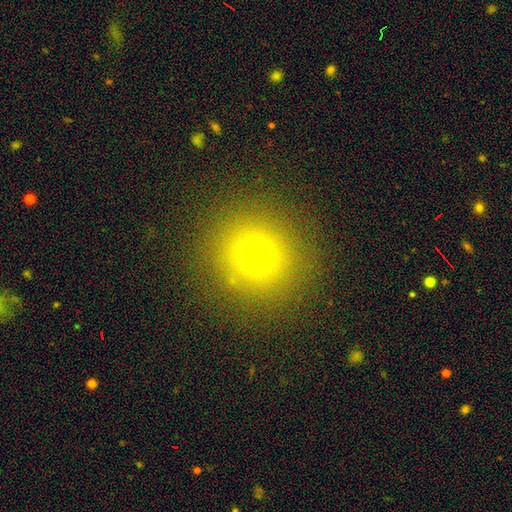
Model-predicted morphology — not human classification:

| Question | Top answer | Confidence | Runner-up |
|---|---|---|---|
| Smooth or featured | smooth | 69% | star or artifact (21%) |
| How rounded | round | 88% | in between (11%) |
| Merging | none | 86% | minor disturbance (8%) |